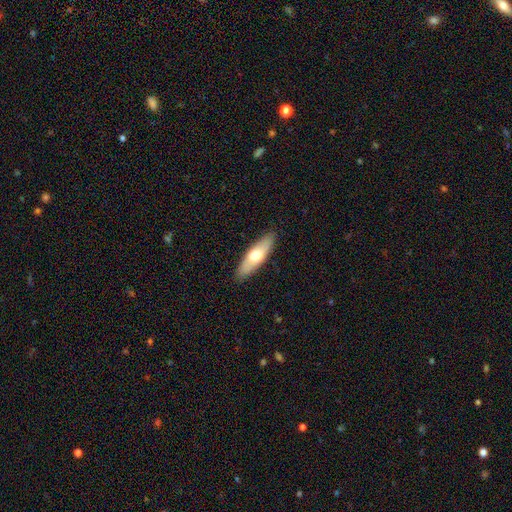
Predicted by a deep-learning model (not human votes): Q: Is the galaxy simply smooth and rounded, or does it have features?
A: smooth — 62%.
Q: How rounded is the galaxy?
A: cigar-shaped — 55%.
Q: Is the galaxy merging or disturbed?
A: none — 89%.